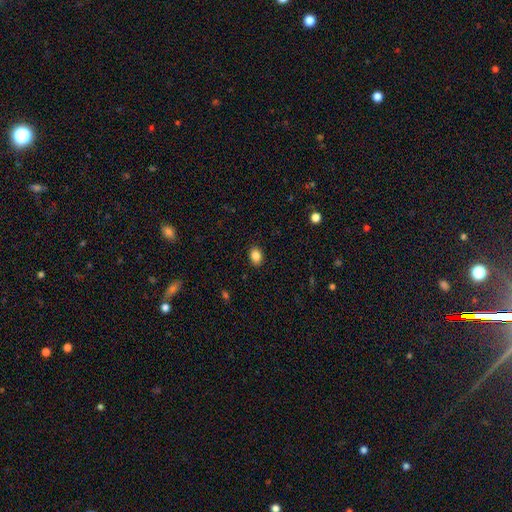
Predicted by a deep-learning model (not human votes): This appears to be a smooth galaxy with no disk features (86%) that is in between round and cigar-shaped (66%). Merging: none (89%).